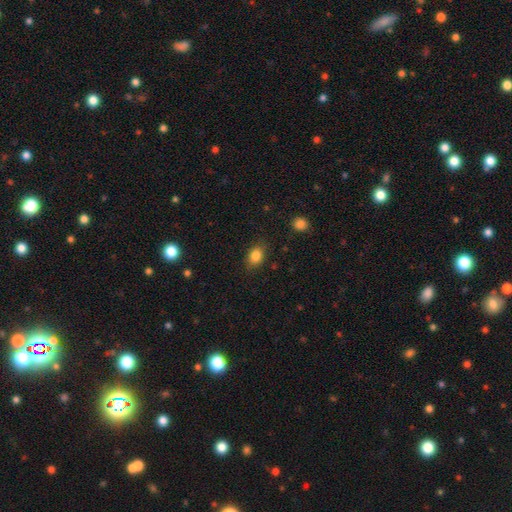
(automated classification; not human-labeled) Smooth or featured: smooth — 84% (star or artifact — 10%)
How rounded: in between — 74% (round — 25%)
Merging: none — 84% (minor disturbance — 12%)